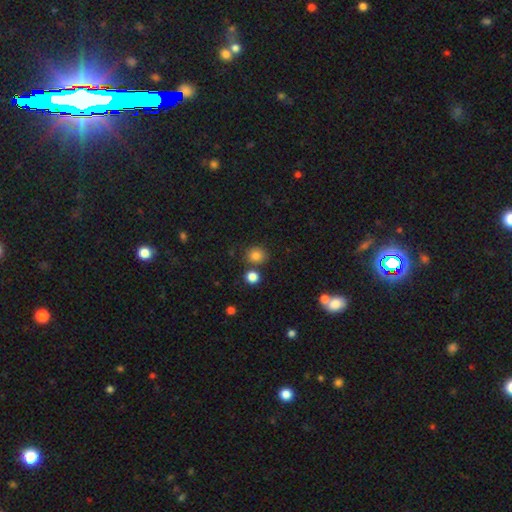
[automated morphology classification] type=smooth (82%); roundness=round (83%); merging=none (75%).